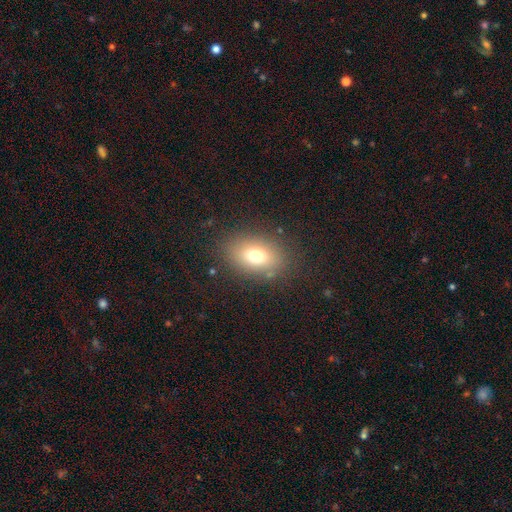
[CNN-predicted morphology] smooth 73%, featured or disk 14%, star or artifact 13%. Down the decision tree: how rounded — in between (74%); merging — none (82%).